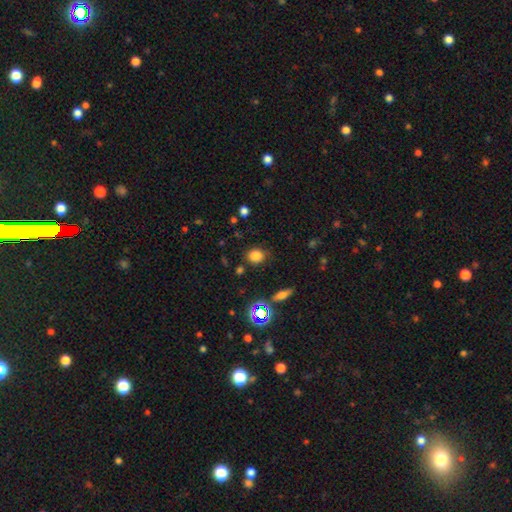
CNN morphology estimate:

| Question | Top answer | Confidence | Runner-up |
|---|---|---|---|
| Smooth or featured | smooth | 78% | star or artifact (16%) |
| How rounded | round | 76% | in between (23%) |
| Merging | none | 80% | minor disturbance (13%) |